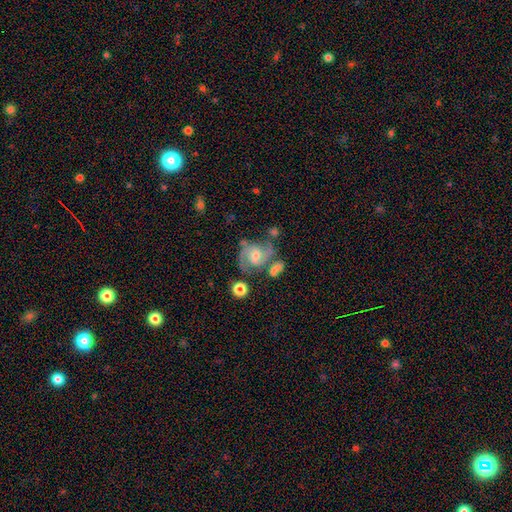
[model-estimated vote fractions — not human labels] featured or disk 82%, smooth 11%, star or artifact 7%. Down the decision tree: edge-on disk — no (98%); bar — no (52%); spiral arms — yes (95%); spiral arm count — 2 (72%); spiral winding — medium (54%); bulge size — moderate (51%); merging — none (49%).